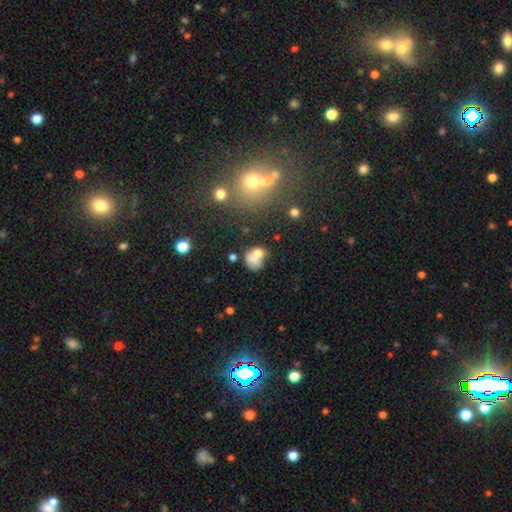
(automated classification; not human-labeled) Smooth or featured: smooth — 64% (featured or disk — 23%)
How rounded: in between — 51% (round — 48%)
Merging: merger — 48% (none — 25%)